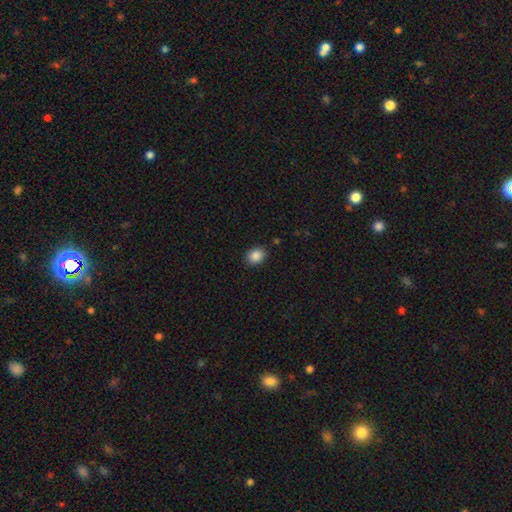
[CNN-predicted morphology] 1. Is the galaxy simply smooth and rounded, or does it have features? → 87% smooth, 9% star or artifact, 3% featured or disk.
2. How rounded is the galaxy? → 52% in between, 48% round, 1% cigar-shaped.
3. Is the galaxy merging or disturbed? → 89% none, 8% minor disturbance, 2% major disturbance, 1% merger.